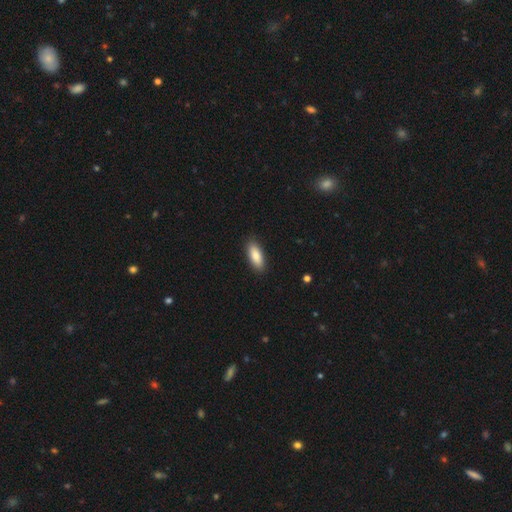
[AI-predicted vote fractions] This appears to be a smooth galaxy with no disk features (87%) that is in between round and cigar-shaped (74%). Merging: none (89%).